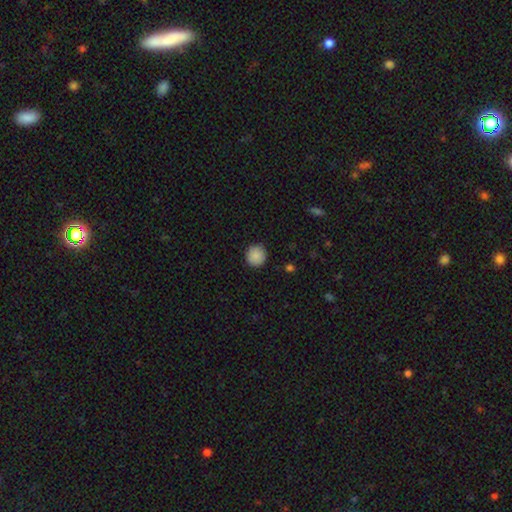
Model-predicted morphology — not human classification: Overall: smooth (89%). How rounded: round (94%). Merging: none (91%).